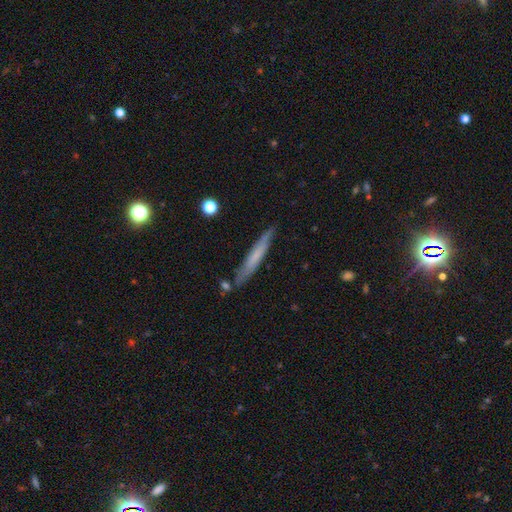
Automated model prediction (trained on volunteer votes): smooth-or-featured: smooth: 57% | featured or disk: 36% | star or artifact: 6%
  how-rounded: cigar-shaped: 95% | in between: 4% | round: 1%
  merging: none: 84% | minor disturbance: 11% | merger: 3% | major disturbance: 2%